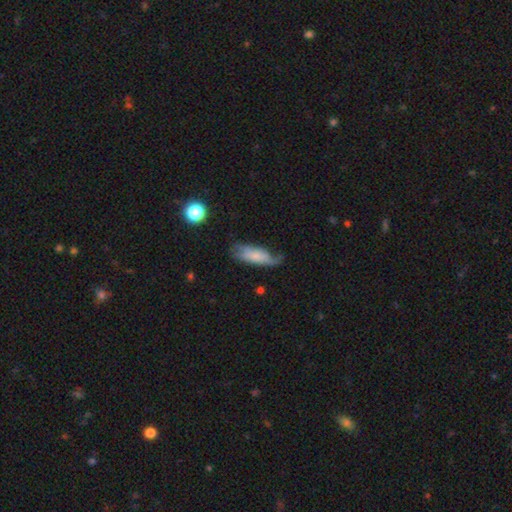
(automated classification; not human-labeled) smooth_or_featured: smooth (p=0.52) [alt: featured or disk p=0.41]
how_rounded: in between (p=0.62) [alt: cigar-shaped p=0.36]
merging: none (p=0.46) [alt: minor disturbance p=0.33]